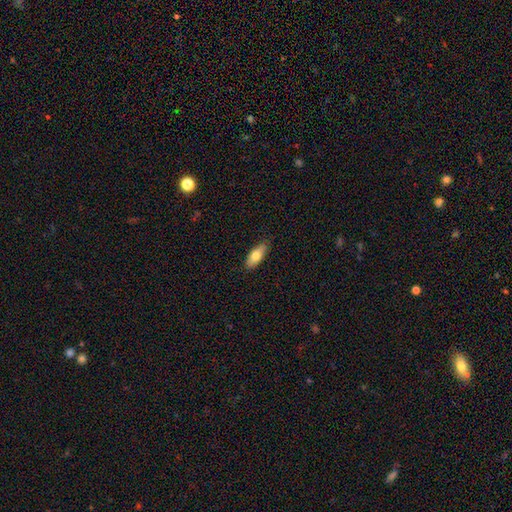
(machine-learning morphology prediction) smooth_or_featured: smooth (p=0.75) [alt: featured or disk p=0.19]
how_rounded: in between (p=0.77) [alt: cigar-shaped p=0.20]
merging: none (p=0.84) [alt: minor disturbance p=0.13]